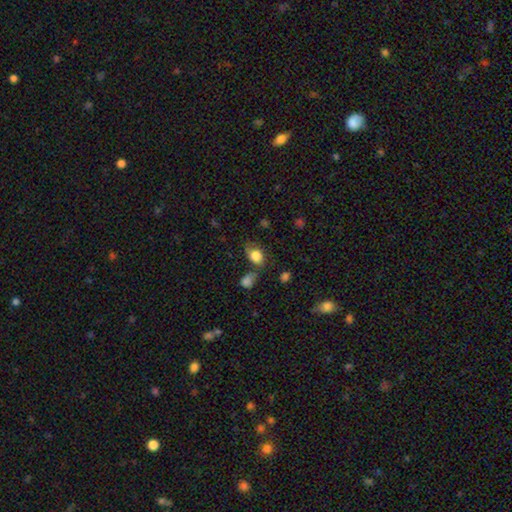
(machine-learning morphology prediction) type=smooth (83%); roundness=in between (68%); merging=none (50%).